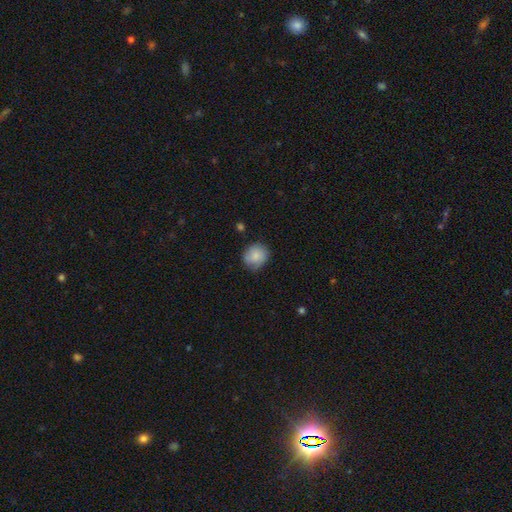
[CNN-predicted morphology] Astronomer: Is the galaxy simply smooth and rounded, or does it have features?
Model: smooth — 80%.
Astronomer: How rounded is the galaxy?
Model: round — 77%.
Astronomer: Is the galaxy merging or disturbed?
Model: none — 75%.